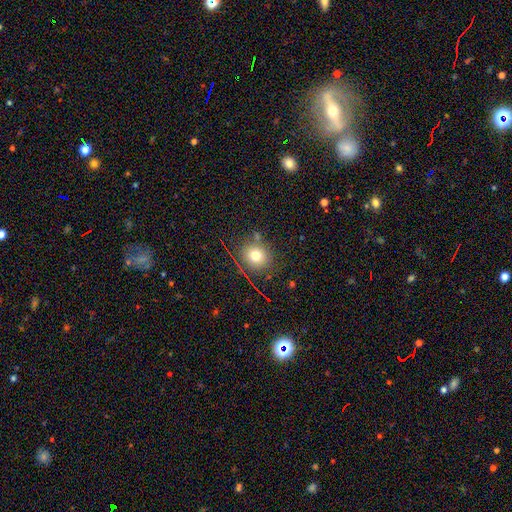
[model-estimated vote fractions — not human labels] Smooth or featured?
  - smooth: 74% *
  - star or artifact: 15%
  - featured or disk: 10%
How rounded?
  - round: 80% *
  - in between: 19%
  - cigar-shaped: 1%
Merging?
  - none: 80% *
  - minor disturbance: 11%
  - merger: 5%
  - major disturbance: 4%